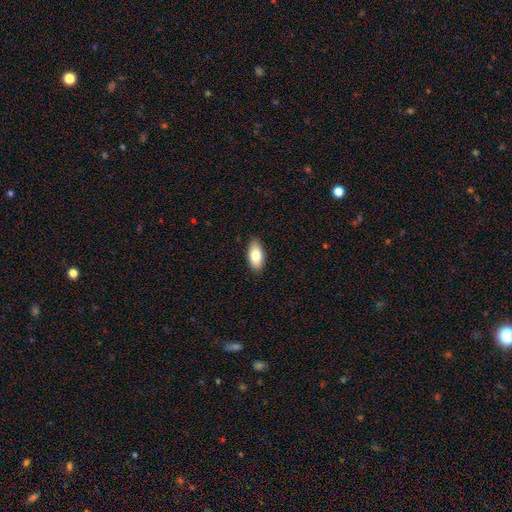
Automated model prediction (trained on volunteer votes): Smooth or featured: smooth — 78% (featured or disk — 16%)
How rounded: in between — 90% (cigar-shaped — 8%)
Merging: none — 88% (minor disturbance — 10%)